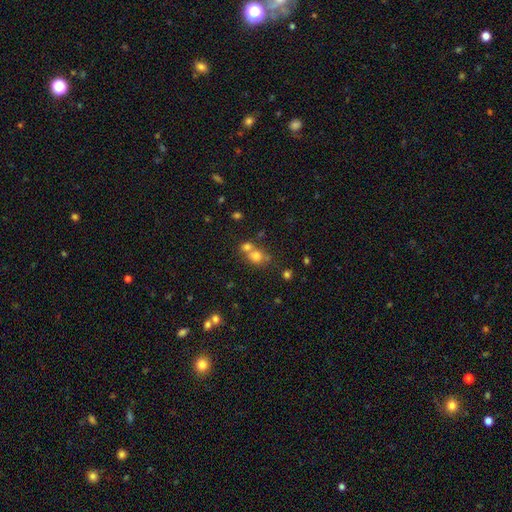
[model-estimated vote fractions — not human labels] smooth_or_featured: smooth (p=0.71) [alt: star or artifact p=0.15]
how_rounded: round (p=0.69) [alt: in between p=0.30]
merging: merger (p=0.53) [alt: none p=0.35]